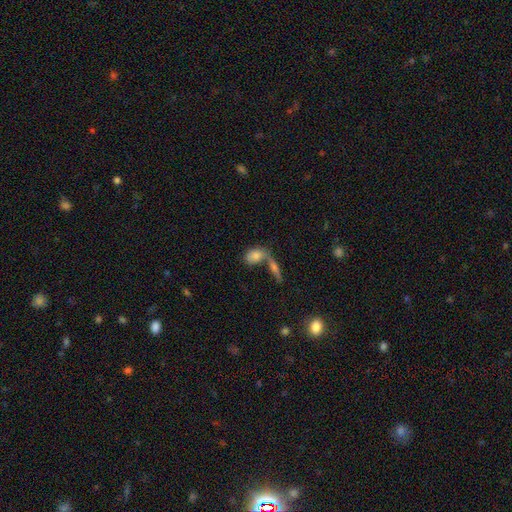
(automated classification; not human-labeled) Overall: smooth (73%). How rounded: in between (80%). Merging: merger (50%; none 33%).